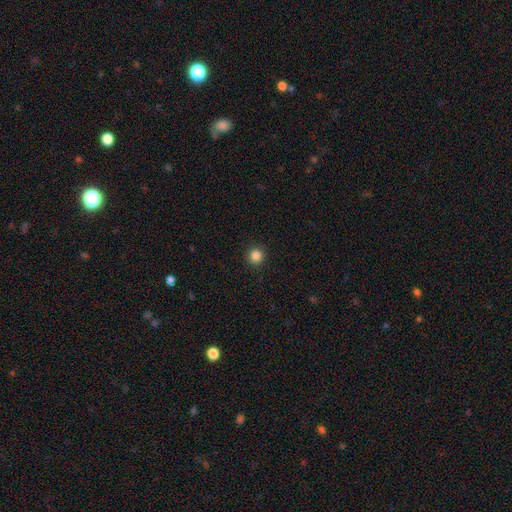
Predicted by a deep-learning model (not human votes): Q: Smooth or featured?
A: smooth (85%); runner-up: star or artifact (12%)
Q: How rounded?
A: round (94%); runner-up: in between (5%)
Q: Merging?
A: none (92%); runner-up: minor disturbance (5%)